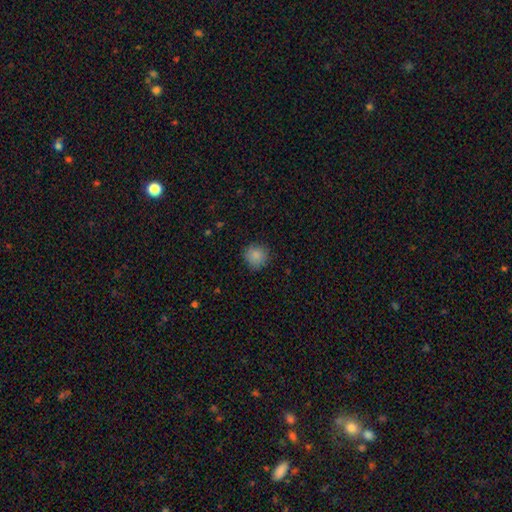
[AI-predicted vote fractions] This is clearly a smooth galaxy (86%). How rounded: clearly round (91%). Merging: clearly none (86%).